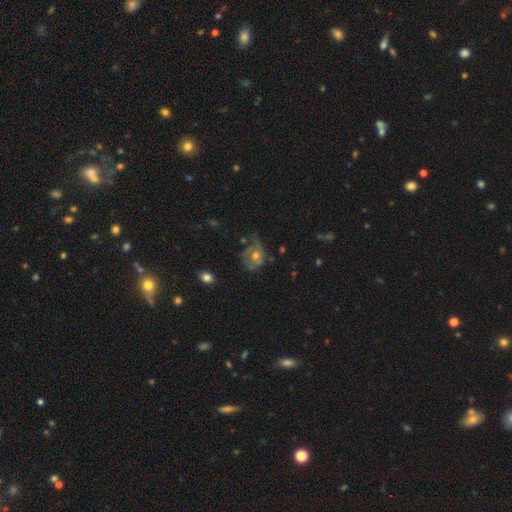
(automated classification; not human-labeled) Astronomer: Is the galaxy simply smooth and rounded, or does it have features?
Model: featured or disk — 51% (runner-up: smooth, 37%).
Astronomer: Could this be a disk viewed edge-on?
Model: no — 96%.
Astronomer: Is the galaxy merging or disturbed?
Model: major disturbance — 34% (runner-up: none, 33%).